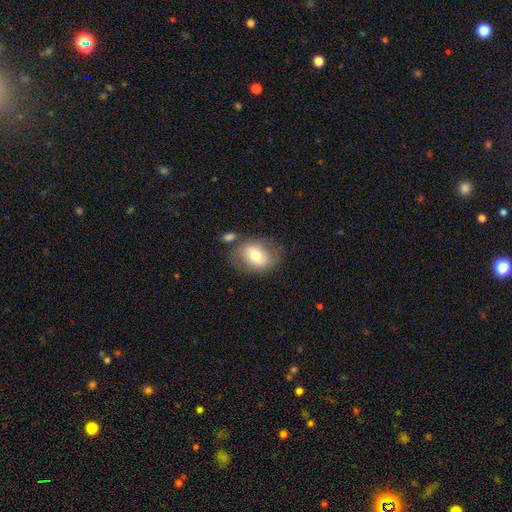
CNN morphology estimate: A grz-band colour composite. It shows a smooth galaxy with no disk features (69%) that is in between round and cigar-shaped (68%). Merging: none (64%).